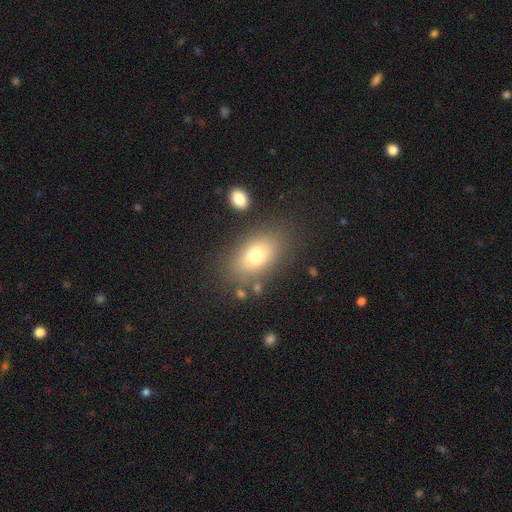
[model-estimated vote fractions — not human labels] A smooth galaxy with no disk features (74%) that is in between round and cigar-shaped (84%). Merging: none (78%).